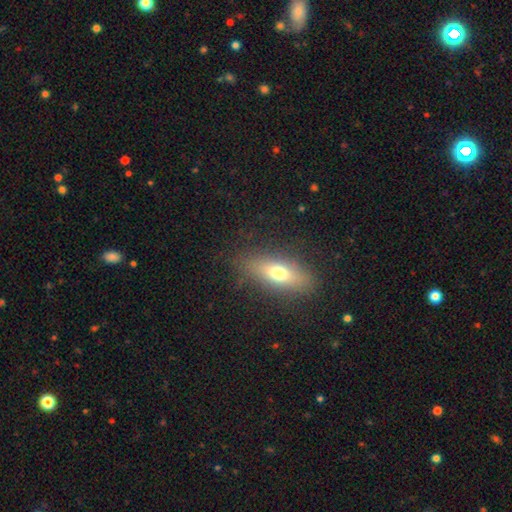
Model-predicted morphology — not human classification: A smooth galaxy with no disk features (58%) that is in between round and cigar-shaped (52%).

Vote fractions:
- Smooth or featured? smooth: 58% / featured or disk: 32% / star or artifact: 10%
- How rounded? in between: 52% / cigar-shaped: 44% / round: 4%
- Merging? none: 87% / minor disturbance: 9% / major disturbance: 3% / merger: 1%